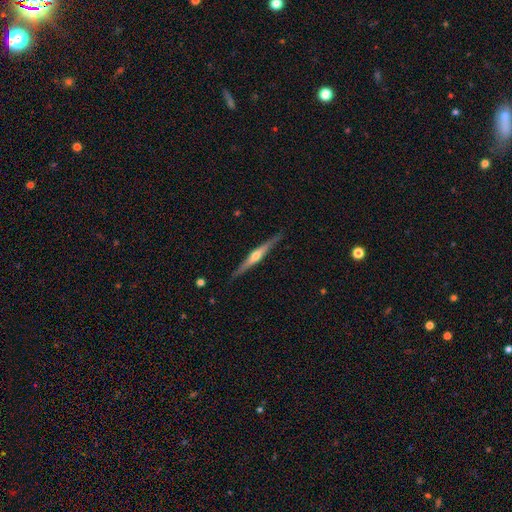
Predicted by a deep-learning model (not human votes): smooth-or-featured: featured or disk: 74% | smooth: 21% | star or artifact: 5%
  disk-edge-on: yes: 98% | no: 2%
    edge-on-bulge: rounded: 85% | none: 8% | boxy: 6%
  merging: none: 89% | minor disturbance: 8% | major disturbance: 1% | merger: 1%